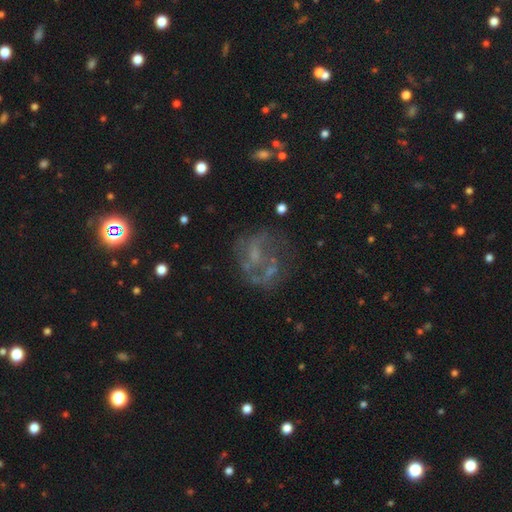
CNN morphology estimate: A featured or disk galaxy (64%) with no bar (57%), spiral arms (57%) and no central bulge (43%).

Vote fractions:
- Smooth or featured? featured or disk: 64% / star or artifact: 19% / smooth: 17%
- Edge-on disk? no: 98% / yes: 2%
- Bar? no: 57% / weak: 33% / strong: 10%
- Spiral arms? yes: 57% / no: 43%
- Bulge size? none: 43% / small: 37% / moderate: 16% / large: 2% / dominant: 1%
- Merging? none: 48% / major disturbance: 27% / minor disturbance: 18% / merger: 8%